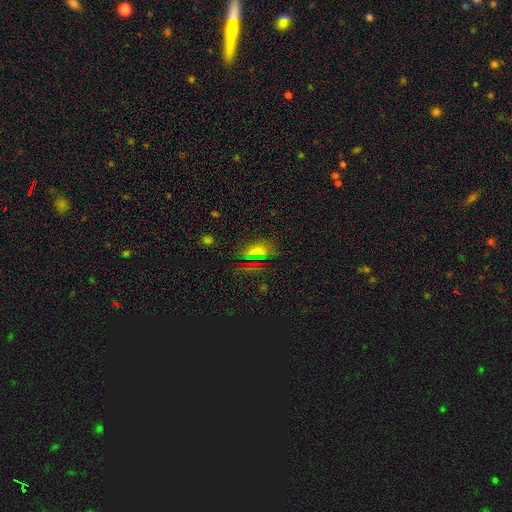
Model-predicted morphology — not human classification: smooth 57%, star or artifact 33%, featured or disk 10%. Down the decision tree: how rounded — in between (69%); merging — none (79%).